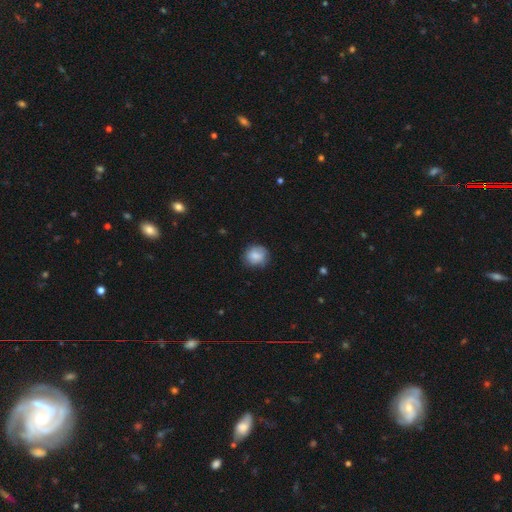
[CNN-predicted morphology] smooth 78%, featured or disk 14%, star or artifact 8%. Down the decision tree: how rounded — round (81%); merging — none (78%).